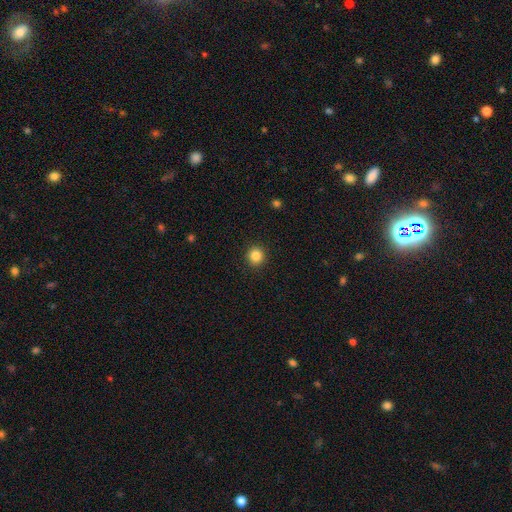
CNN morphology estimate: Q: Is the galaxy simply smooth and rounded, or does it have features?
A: smooth — 85%.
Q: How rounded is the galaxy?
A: round — 92%.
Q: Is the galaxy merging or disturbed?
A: none — 92%.